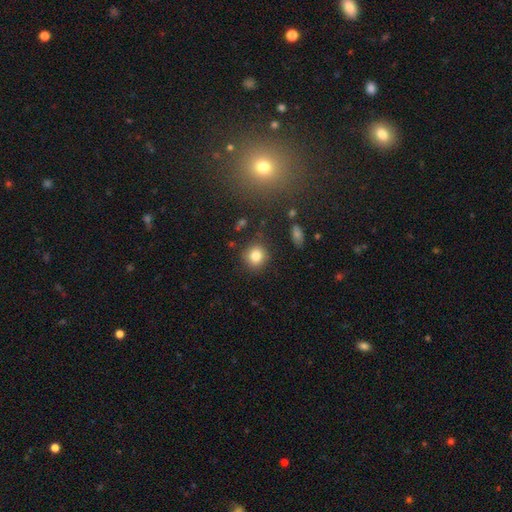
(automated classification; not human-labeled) smooth-or-featured: smooth: 82% | star or artifact: 11% | featured or disk: 7%
  how-rounded: round: 86% | in between: 13% | cigar-shaped: 1%
  merging: none: 84% | minor disturbance: 10% | major disturbance: 3% | merger: 3%